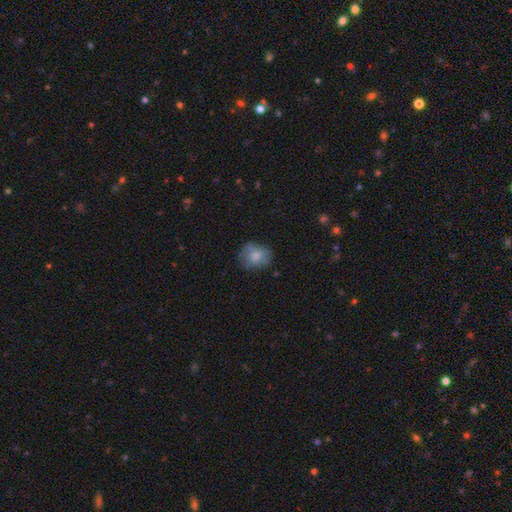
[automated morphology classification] This appears to be a smooth galaxy with no disk features (77%) that is round (59%). Merging: none (69%).